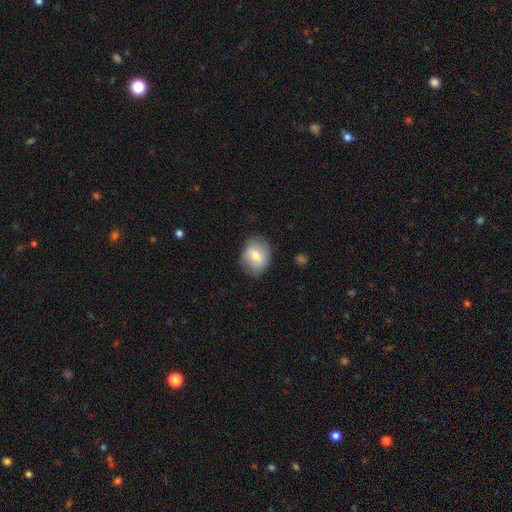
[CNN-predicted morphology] A smooth galaxy with no disk features (71%) that is round (52%). Merging: none (80%).